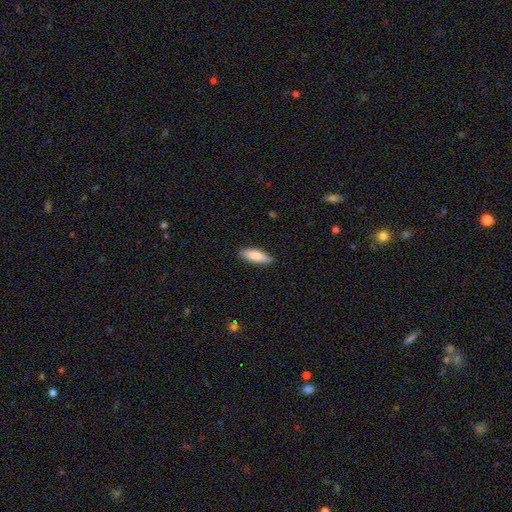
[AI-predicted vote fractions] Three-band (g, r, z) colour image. It shows a smooth galaxy with no disk features (83%) that is in between round and cigar-shaped (59%). Merging: none (88%).